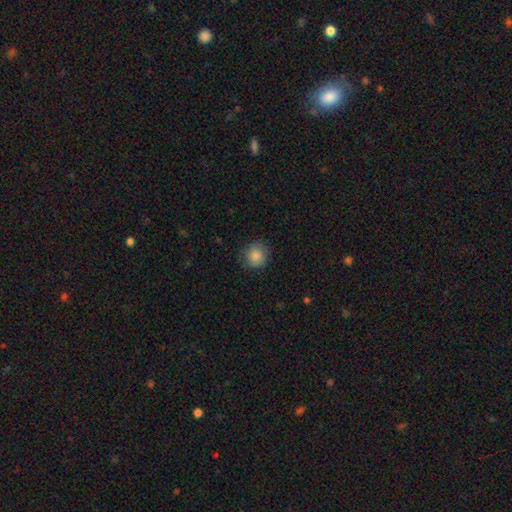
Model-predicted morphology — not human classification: smooth_or_featured: smooth (p=0.86) [alt: star or artifact p=0.08]
how_rounded: round (p=0.88) [alt: in between p=0.11]
merging: none (p=0.82) [alt: minor disturbance p=0.14]